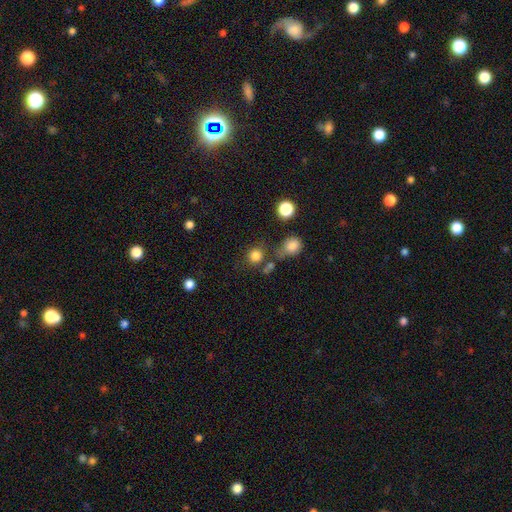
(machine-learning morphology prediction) A smooth galaxy with no disk features (81%) that is round (84%). Merging: none (67%).